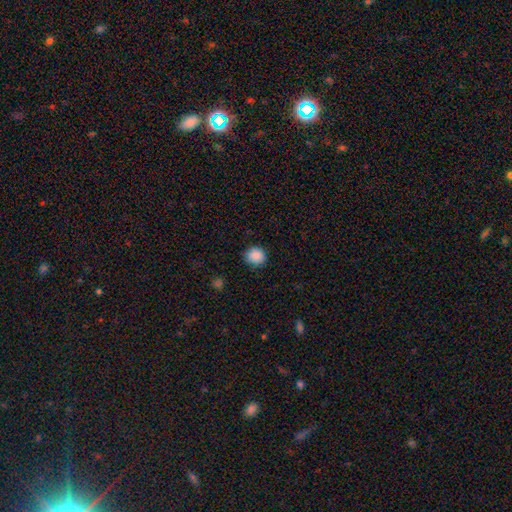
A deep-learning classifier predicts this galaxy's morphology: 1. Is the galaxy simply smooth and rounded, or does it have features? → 88% smooth, 9% star or artifact, 3% featured or disk.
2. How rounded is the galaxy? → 82% round, 17% in between, 1% cigar-shaped.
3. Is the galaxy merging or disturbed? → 84% none, 12% minor disturbance, 3% major disturbance, 1% merger.